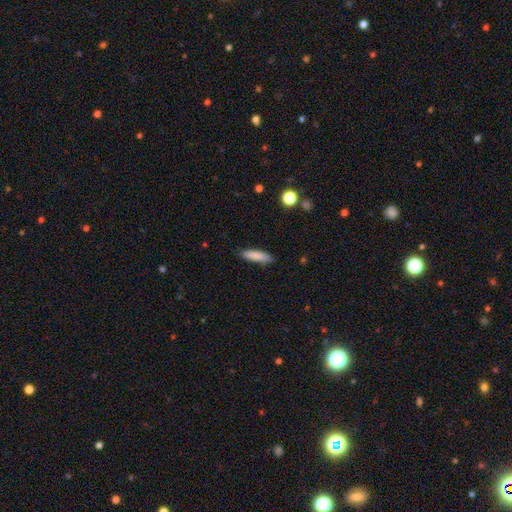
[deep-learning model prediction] smooth 85%, featured or disk 8%, star or artifact 7%. Down the decision tree: how rounded — cigar-shaped (70%); merging — none (84%).